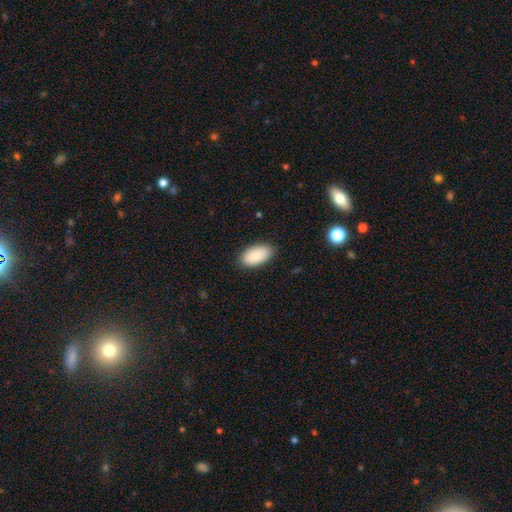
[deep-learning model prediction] Smooth or featured?
  - smooth: 90% *
  - star or artifact: 6%
  - featured or disk: 4%
How rounded?
  - in between: 95% *
  - cigar-shaped: 3%
  - round: 2%
Merging?
  - none: 85% *
  - minor disturbance: 11%
  - major disturbance: 2%
  - merger: 1%